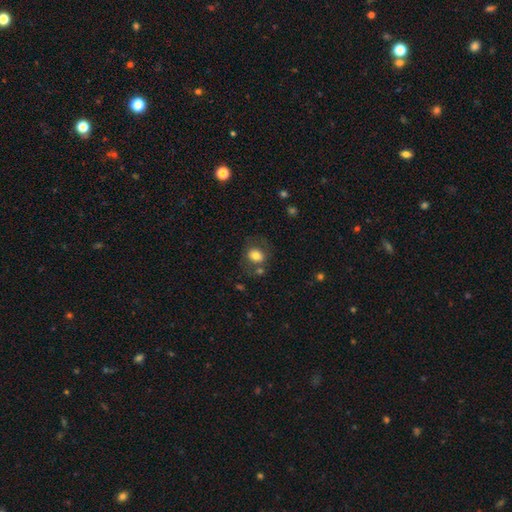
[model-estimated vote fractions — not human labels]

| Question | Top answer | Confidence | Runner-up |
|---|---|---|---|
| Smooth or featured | smooth | 75% | featured or disk (15%) |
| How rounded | round | 56% | in between (43%) |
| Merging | none | 64% | minor disturbance (15%) |